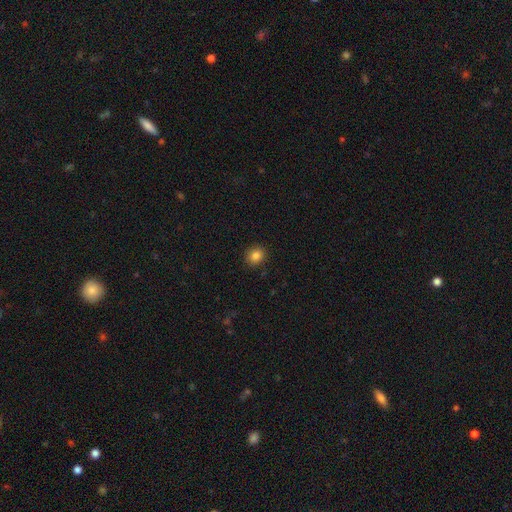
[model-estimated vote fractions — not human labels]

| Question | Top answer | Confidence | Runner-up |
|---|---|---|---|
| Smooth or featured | smooth | 84% | star or artifact (11%) |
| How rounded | round | 73% | in between (26%) |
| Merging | none | 90% | minor disturbance (7%) |